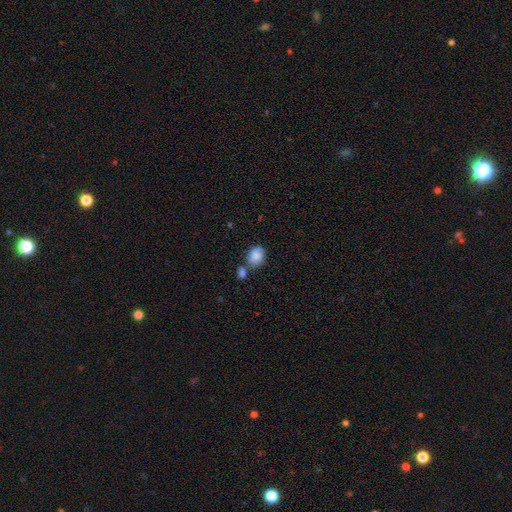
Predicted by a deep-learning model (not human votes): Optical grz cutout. It shows a smooth galaxy with no disk features (85%) that is in between round and cigar-shaped (59%). Merging: none (54%).